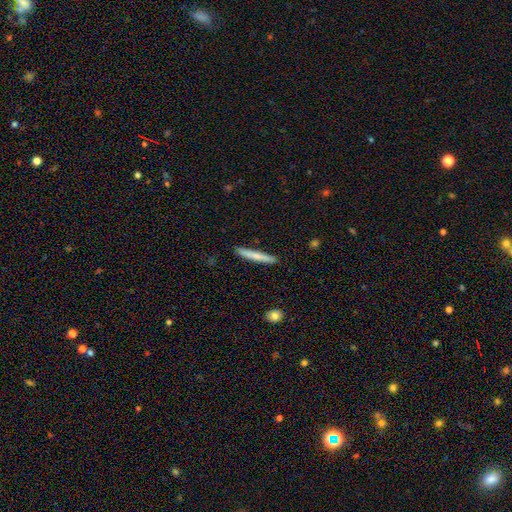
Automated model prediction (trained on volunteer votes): The model was most divided on "smooth or featured": smooth: 68%, featured or disk: 26%, star or artifact: 6%. More confident: how rounded — cigar-shaped (95%); merging — none (90%).